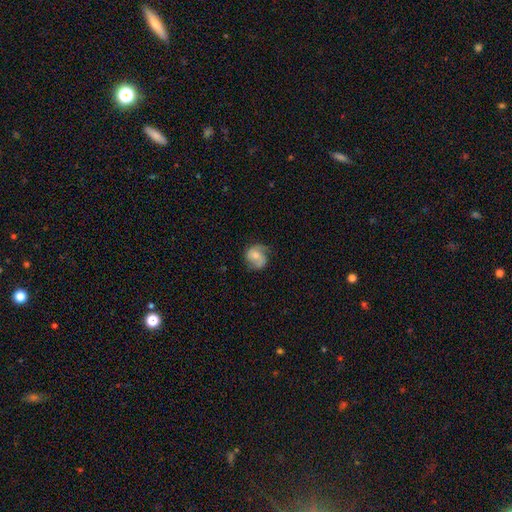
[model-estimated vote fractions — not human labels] smooth_or_featured: featured or disk (p=0.52) [alt: smooth p=0.40]
disk_edge_on: no (p=0.97) [alt: yes p=0.03]
bar: no (p=0.65) [alt: weak p=0.29]
has_spiral_arms: yes (p=0.87) [alt: no p=0.13]
bulge_size: moderate (p=0.46) [alt: small p=0.44]
merging: none (p=0.63) [alt: minor disturbance p=0.25]